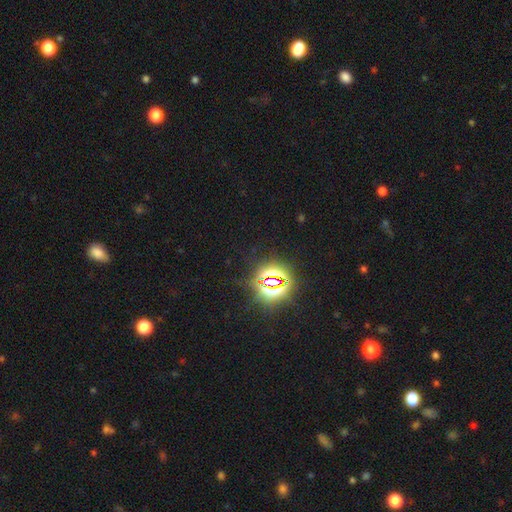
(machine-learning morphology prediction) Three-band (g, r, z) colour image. It shows a star or artifact, not a galaxy (82%).